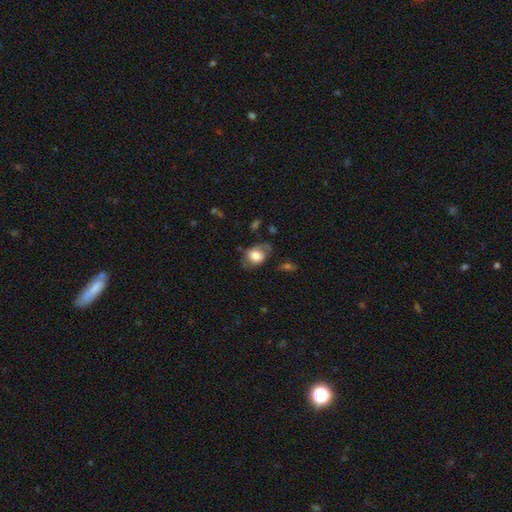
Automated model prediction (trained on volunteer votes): This is likely a smooth galaxy (62%). How rounded: likely in between (70%). Merging: possibly none (54%).